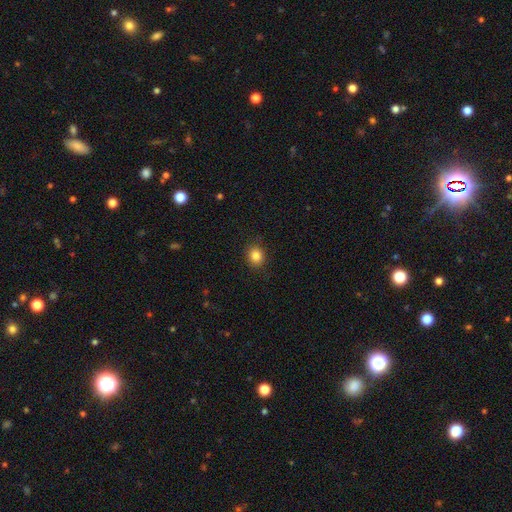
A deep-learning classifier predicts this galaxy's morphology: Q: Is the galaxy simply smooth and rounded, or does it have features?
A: smooth — 85%.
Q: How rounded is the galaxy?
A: round — 72%.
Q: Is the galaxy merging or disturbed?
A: none — 88%.